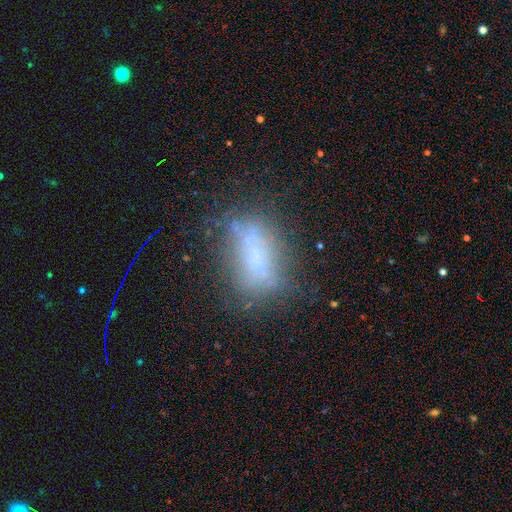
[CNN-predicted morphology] Q: Smooth or featured?
A: smooth (48%); runner-up: featured or disk (35%)
Q: Merging?
A: none (52%); runner-up: minor disturbance (23%)